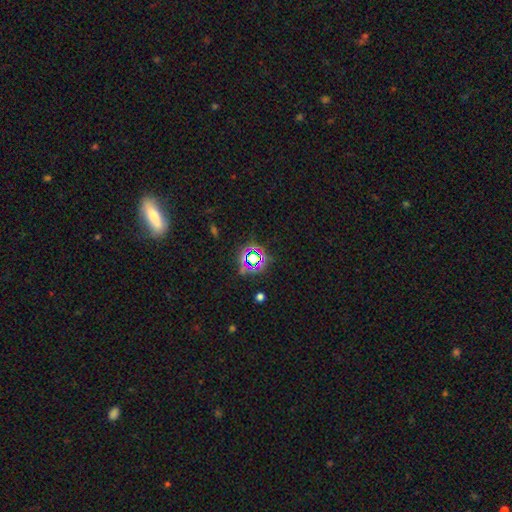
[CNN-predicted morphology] A star or artifact, not a galaxy (69%).